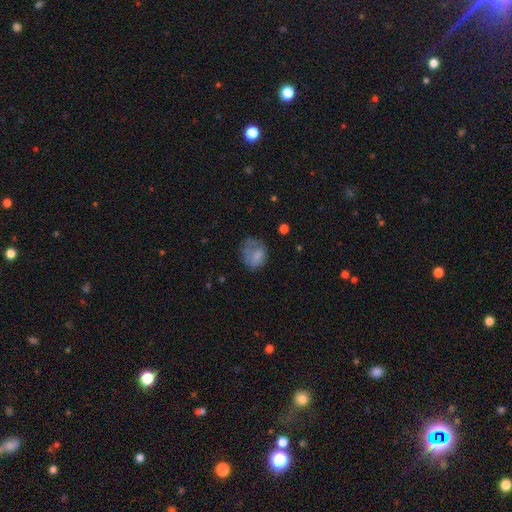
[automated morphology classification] A smooth galaxy with no disk features (69%) that is round (51%).

Vote fractions:
- Smooth or featured? smooth: 69% / featured or disk: 21% / star or artifact: 10%
- How rounded? round: 51% / in between: 48% / cigar-shaped: 1%
- Merging? none: 41% / minor disturbance: 29% / major disturbance: 28% / merger: 3%